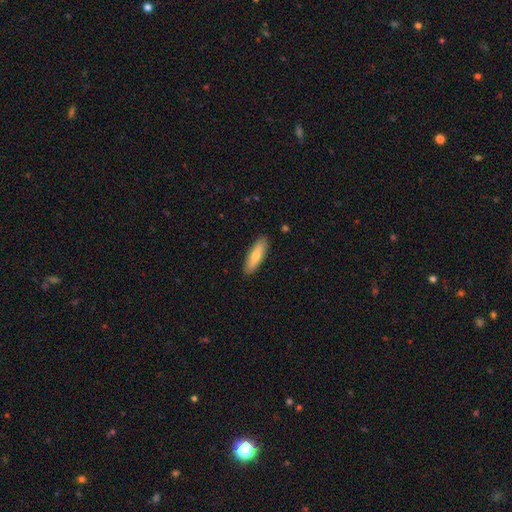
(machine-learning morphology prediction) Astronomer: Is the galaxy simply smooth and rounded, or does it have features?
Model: smooth — 68%.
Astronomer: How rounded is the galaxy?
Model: cigar-shaped — 59% (runner-up: in between, 39%).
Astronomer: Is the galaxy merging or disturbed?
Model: none — 89%.